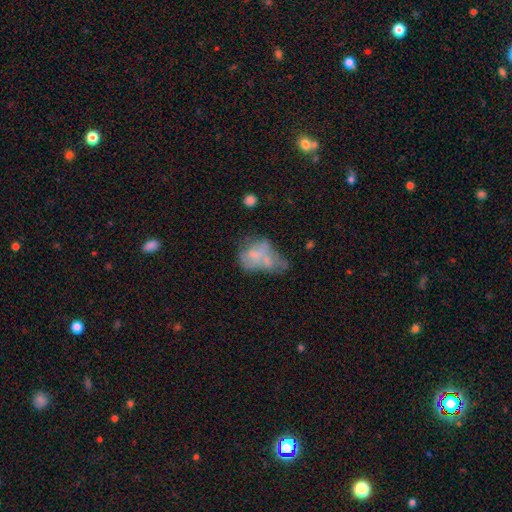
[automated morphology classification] Smooth or featured? Predicted: smooth (p=0.44). Merging? Predicted: merger (p=0.28).